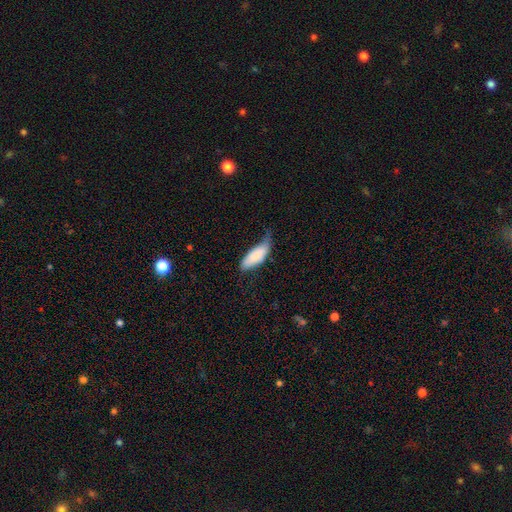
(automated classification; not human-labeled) The model was most divided on "merging": minor disturbance: 48%, none: 28%, major disturbance: 21%, merger: 3%. More confident: smooth or featured — smooth (81%); how rounded — in between (78%).